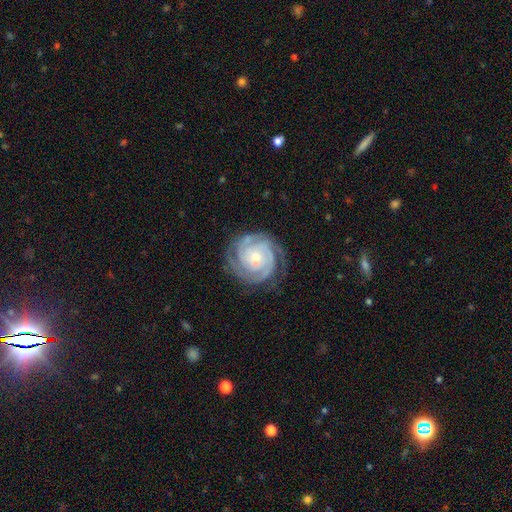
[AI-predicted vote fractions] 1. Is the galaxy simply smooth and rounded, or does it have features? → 90% featured or disk, 6% smooth, 5% star or artifact.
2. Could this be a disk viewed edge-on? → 98% no, 2% yes.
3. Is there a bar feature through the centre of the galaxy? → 62% no, 30% weak, 8% strong.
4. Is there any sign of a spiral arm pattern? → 98% yes, 2% no.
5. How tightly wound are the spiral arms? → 79% tight, 19% medium, 2% loose.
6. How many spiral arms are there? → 36% 3, 25% 2, 15% can't tell, 13% 4, 6% more than 4, 6% 1.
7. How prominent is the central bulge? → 55% small, 37% moderate, 3% none, 3% large, 1% dominant.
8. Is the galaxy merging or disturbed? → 79% none, 15% minor disturbance, 5% major disturbance, 1% merger.